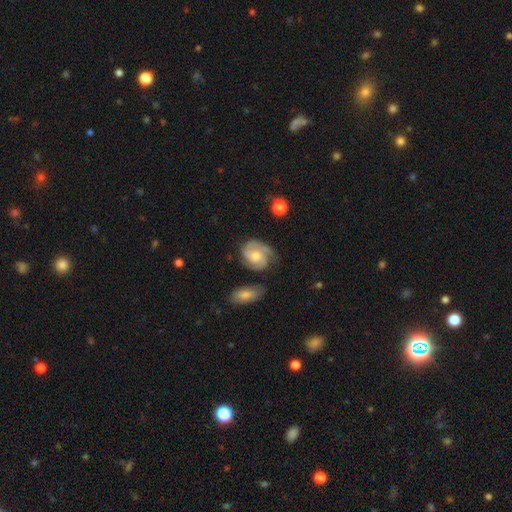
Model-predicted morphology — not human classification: A featured or disk galaxy (79%) with no bar (68%), 2 (64%) tight (51%) spiral arms (96%) and a moderate central bulge (54%). Merging: none (63%).